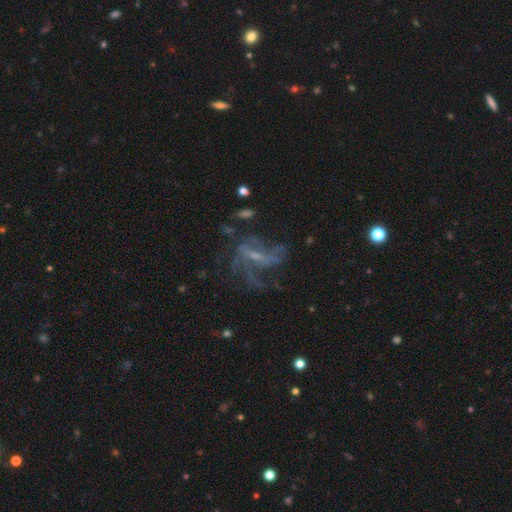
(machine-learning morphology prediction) Overall: featured or disk (75%). Edge-on disk: no (95%). Bar: weak (43%; no 35%). Spiral arms: yes (78%). Spiral arm count: can't tell (31%; 3 24%). Spiral winding: loose (47%; medium 38%). Bulge size: small (64%). Merging: none (46%; major disturbance 33%).